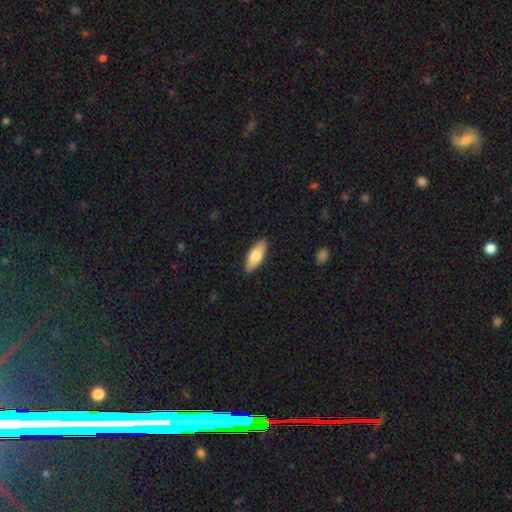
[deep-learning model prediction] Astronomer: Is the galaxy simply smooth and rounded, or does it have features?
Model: smooth — 75%.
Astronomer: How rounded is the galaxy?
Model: in between — 74%.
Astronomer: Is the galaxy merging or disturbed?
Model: none — 88%.